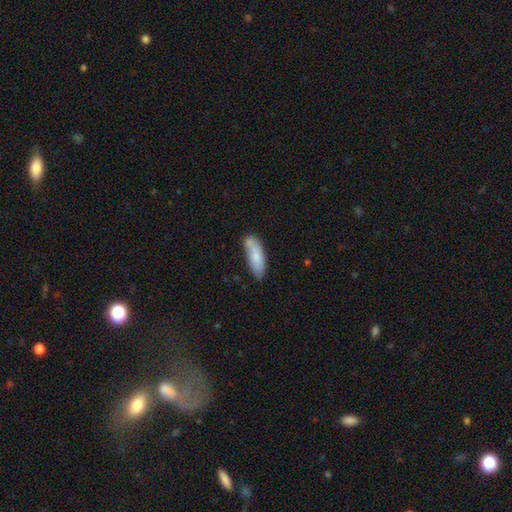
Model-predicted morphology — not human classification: Smooth or featured: smooth — 80% (featured or disk — 14%)
How rounded: in between — 55% (cigar-shaped — 43%)
Merging: none — 62% (minor disturbance — 22%)